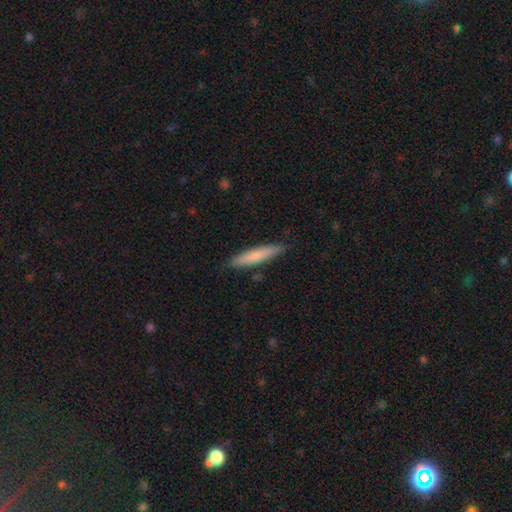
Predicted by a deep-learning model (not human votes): Smooth or featured? Predicted: smooth (p=0.73). How rounded? Predicted: cigar-shaped (p=0.90). Merging? Predicted: none (p=0.87).